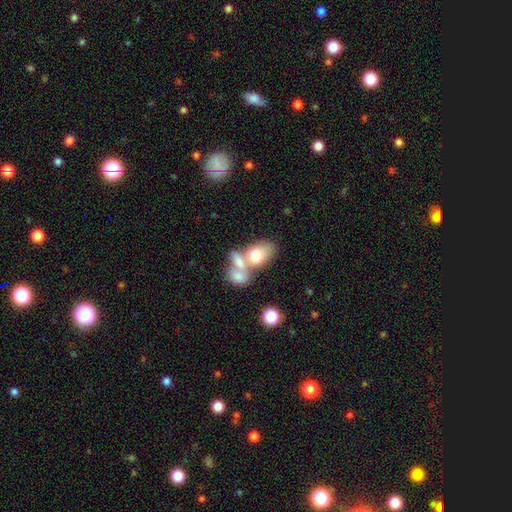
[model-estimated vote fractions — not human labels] A smooth galaxy with no disk features (70%) that is in between round and cigar-shaped (85%).

Vote fractions:
- Smooth or featured? smooth: 70% / featured or disk: 22% / star or artifact: 8%
- How rounded? in between: 85% / round: 13% / cigar-shaped: 2%
- Merging? merger: 63% / none: 22% / minor disturbance: 8% / major disturbance: 7%